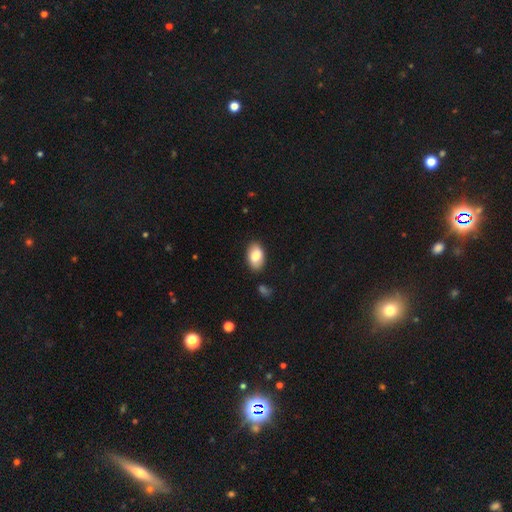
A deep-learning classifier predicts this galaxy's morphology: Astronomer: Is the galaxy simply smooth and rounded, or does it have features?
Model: smooth — 81%.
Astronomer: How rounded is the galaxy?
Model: in between — 92%.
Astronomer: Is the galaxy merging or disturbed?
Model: none — 86%.